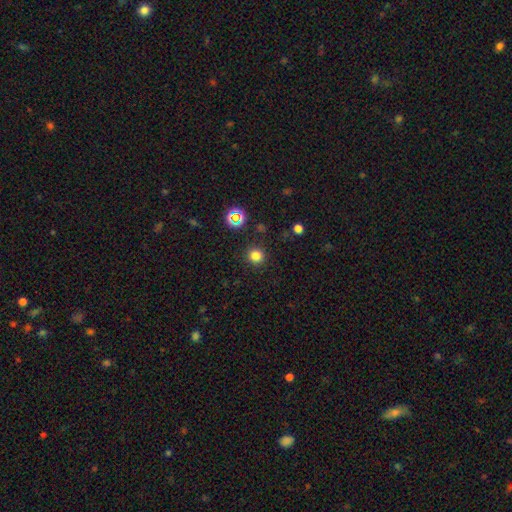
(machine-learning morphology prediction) Overall: smooth (79%). How rounded: round (94%). Merging: none (90%).